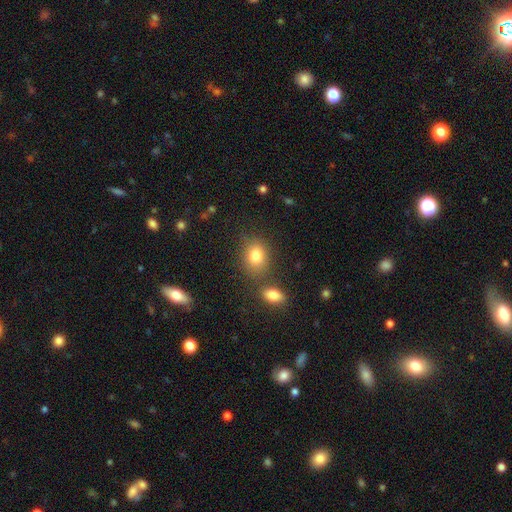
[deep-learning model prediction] Overall: smooth (82%). How rounded: in between (56%; round 43%). Merging: none (70%).